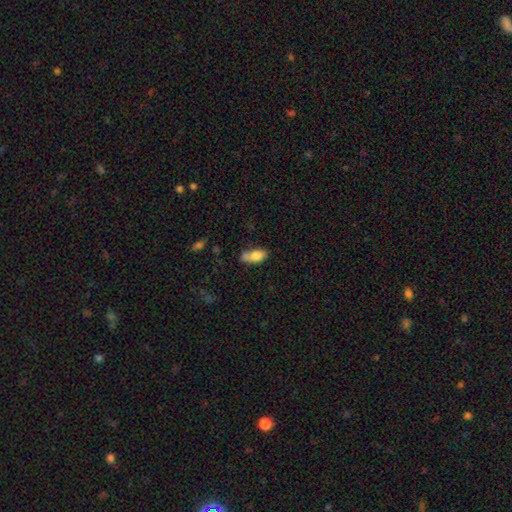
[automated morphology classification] This is likely a smooth galaxy (80%). How rounded: clearly in between (86%). Merging: marginally none (42%).